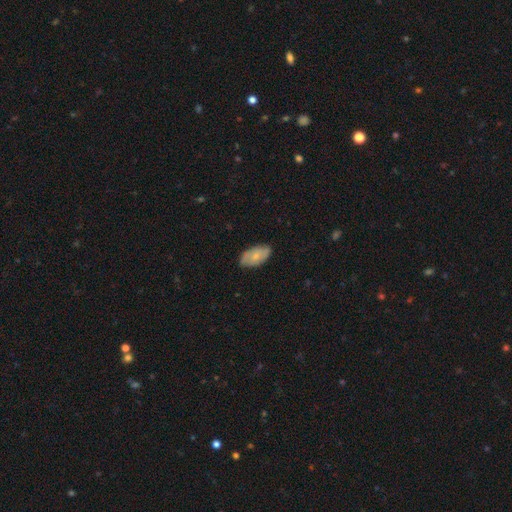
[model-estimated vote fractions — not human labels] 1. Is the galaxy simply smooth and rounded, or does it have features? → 73% smooth, 21% featured or disk, 6% star or artifact.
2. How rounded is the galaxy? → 94% in between, 3% round, 3% cigar-shaped.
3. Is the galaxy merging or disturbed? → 82% none, 15% minor disturbance, 3% major disturbance, 1% merger.